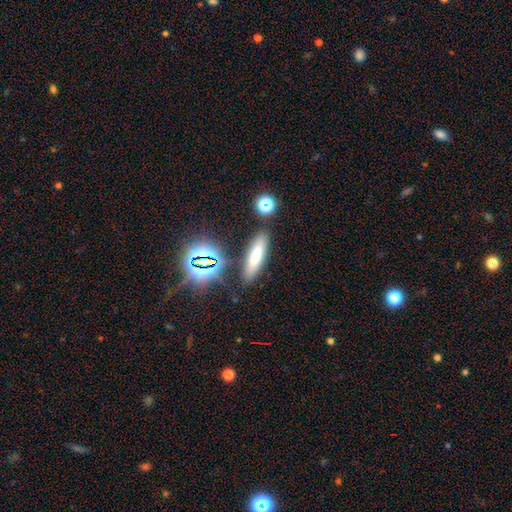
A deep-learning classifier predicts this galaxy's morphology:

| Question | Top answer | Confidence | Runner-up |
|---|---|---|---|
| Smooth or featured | smooth | 69% | featured or disk (16%) |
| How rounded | cigar-shaped | 68% | in between (28%) |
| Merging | none | 83% | minor disturbance (9%) |